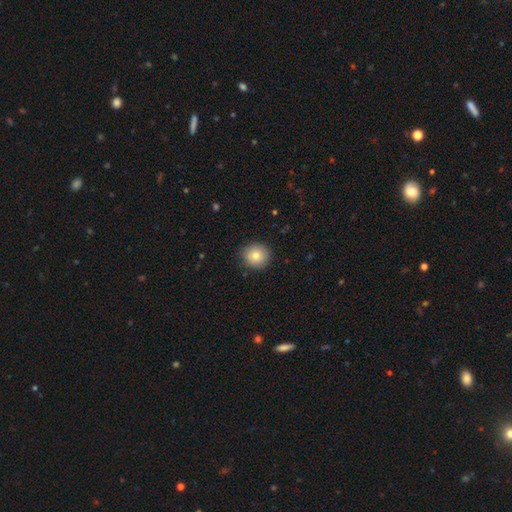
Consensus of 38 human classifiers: A smooth galaxy with no disk features (76%) that is round (90%). Merging: none (92%).